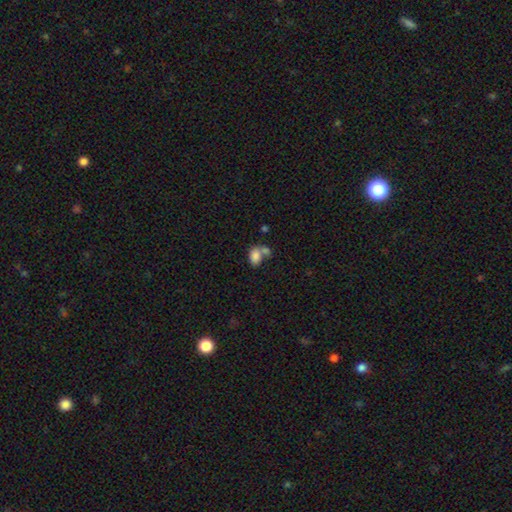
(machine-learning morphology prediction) This appears to be a smooth galaxy with no disk features (82%) that is in between round and cigar-shaped (82%). Merging: merger (48%).